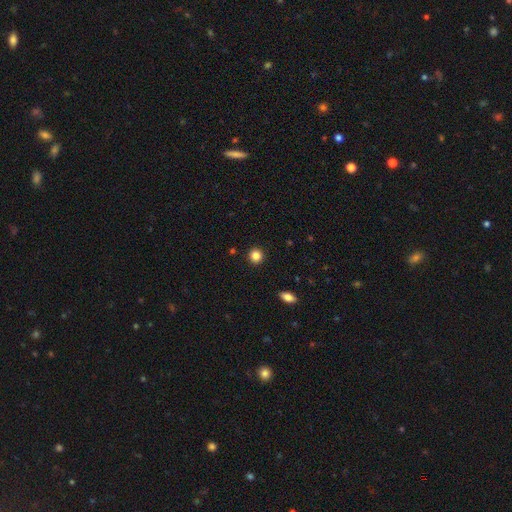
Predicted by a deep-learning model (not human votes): Overall: smooth (85%). How rounded: round (93%). Merging: none (92%).